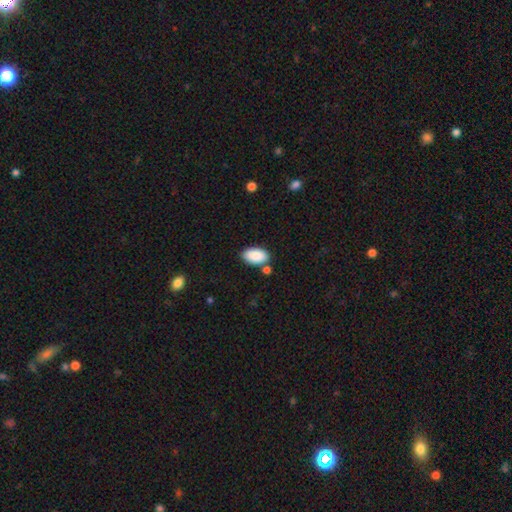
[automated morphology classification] This appears to be a smooth galaxy with no disk features (89%) that is in between round and cigar-shaped (95%). Merging: none (78%).